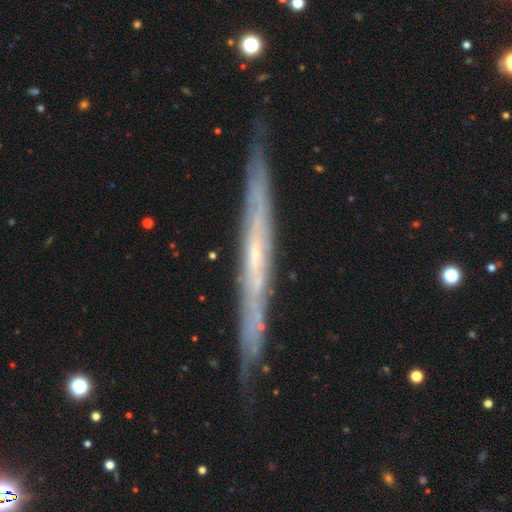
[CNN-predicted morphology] A featured or disk galaxy (76%) viewed edge-on (90%) with no central bulge (75%).

Vote fractions:
- Smooth or featured? featured or disk: 76% / smooth: 17% / star or artifact: 7%
- Edge-on disk? yes: 90% / no: 10%
- Edge-on bulge? none: 75% / rounded: 22% / boxy: 3%
- Merging? none: 85% / minor disturbance: 12% / major disturbance: 2% / merger: 1%